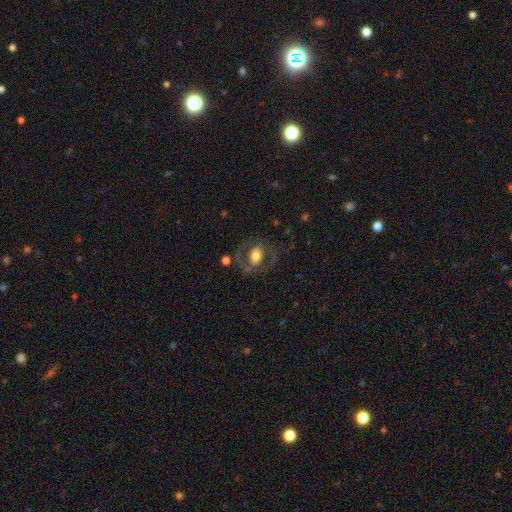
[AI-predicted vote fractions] The model was most divided on "smooth or featured": featured or disk: 50%, smooth: 42%, star or artifact: 8%. More confident: merging — none (63%).